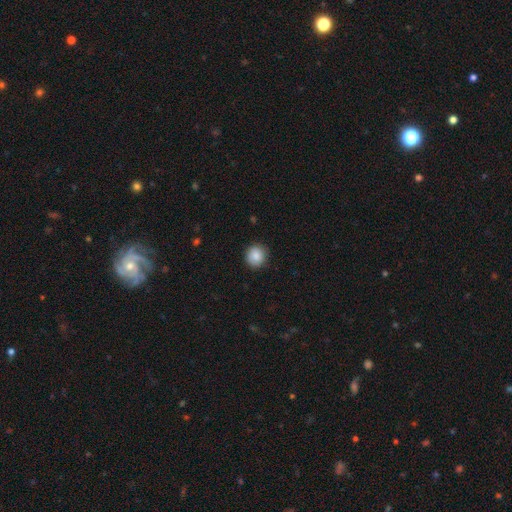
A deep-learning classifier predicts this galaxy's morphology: smooth-or-featured: smooth: 88% | star or artifact: 8% | featured or disk: 4%
  how-rounded: round: 91% | in between: 8% | cigar-shaped: 1%
  merging: none: 89% | minor disturbance: 8% | major disturbance: 2% | merger: 1%